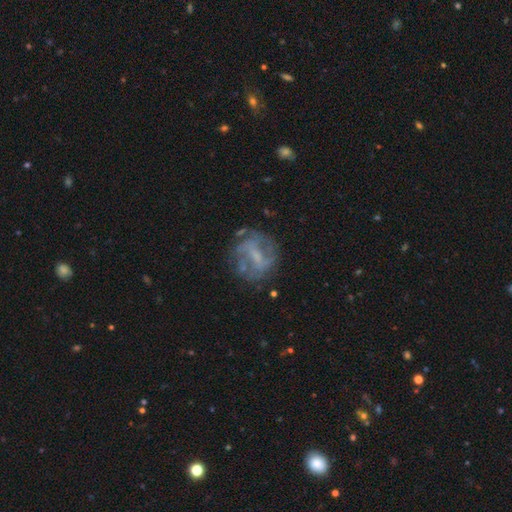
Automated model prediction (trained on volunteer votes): This appears to be a featured or disk galaxy (69%) with a weak bar (48%), spiral arms (66%) and a small central bulge (38%). Merging: none (66%).